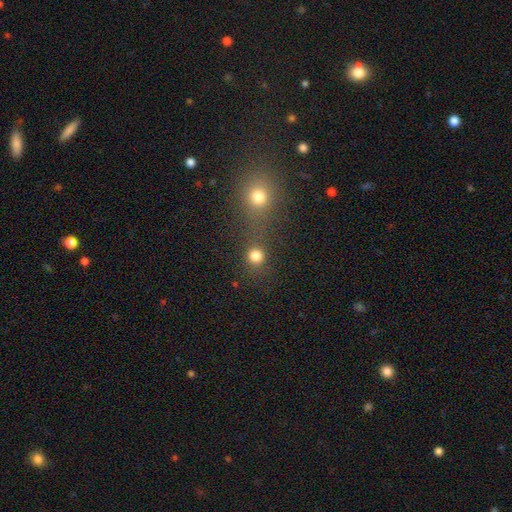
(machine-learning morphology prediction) smooth_or_featured: smooth (p=0.80) [alt: star or artifact p=0.15]
how_rounded: round (p=0.90) [alt: in between p=0.09]
merging: none (p=0.64) [alt: merger p=0.24]